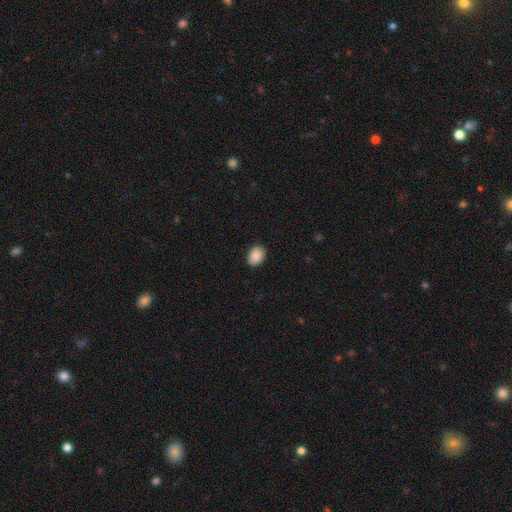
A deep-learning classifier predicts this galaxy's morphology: Smooth or featured: smooth — 90% (star or artifact — 8%)
How rounded: in between — 70% (round — 29%)
Merging: none — 90% (minor disturbance — 7%)